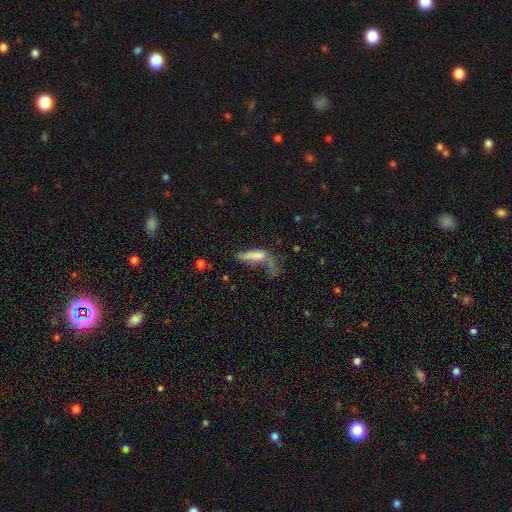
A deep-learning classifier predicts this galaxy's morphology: smooth_or_featured: smooth (p=0.67) [alt: featured or disk p=0.22]
how_rounded: in between (p=0.49) [alt: cigar-shaped p=0.48]
merging: major disturbance (p=0.51) [alt: minor disturbance p=0.19]